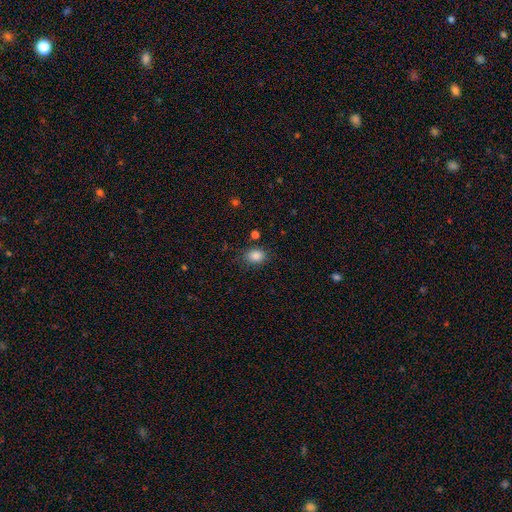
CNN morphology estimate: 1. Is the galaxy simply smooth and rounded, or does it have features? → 85% smooth, 10% star or artifact, 5% featured or disk.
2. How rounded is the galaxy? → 59% in between, 40% round, 1% cigar-shaped.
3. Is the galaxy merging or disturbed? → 81% none, 12% minor disturbance, 4% major disturbance, 3% merger.